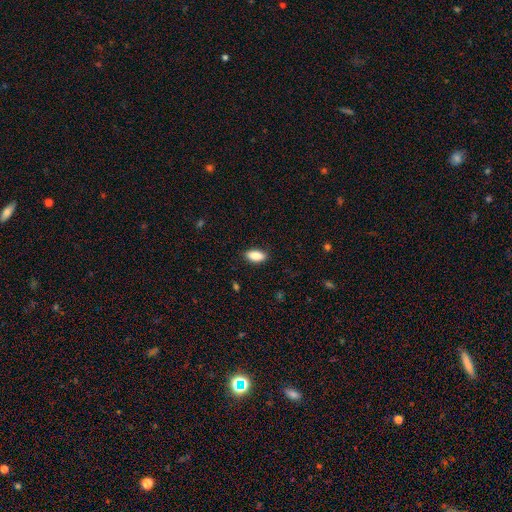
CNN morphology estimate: Overall: smooth (88%). How rounded: in between (89%). Merging: none (87%).